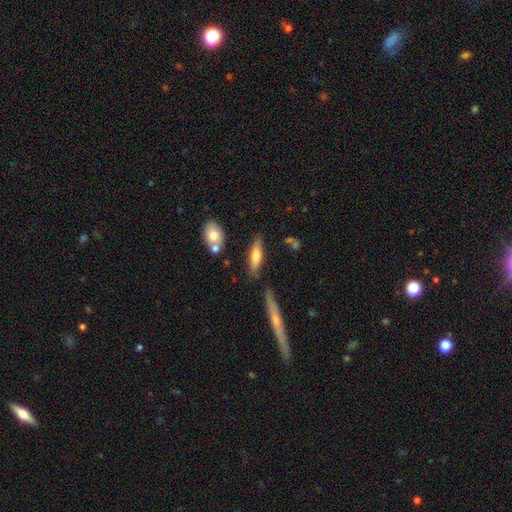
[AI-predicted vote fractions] Overall: smooth (64%; featured or disk 29%). How rounded: cigar-shaped (53%; in between 45%). Merging: none (69%).